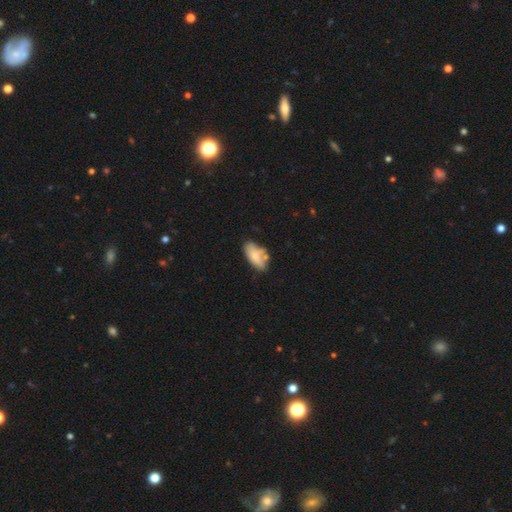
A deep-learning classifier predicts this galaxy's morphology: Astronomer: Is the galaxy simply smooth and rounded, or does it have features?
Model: smooth — 71%.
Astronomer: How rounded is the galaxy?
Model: in between — 89%.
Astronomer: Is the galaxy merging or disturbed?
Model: none — 54%.